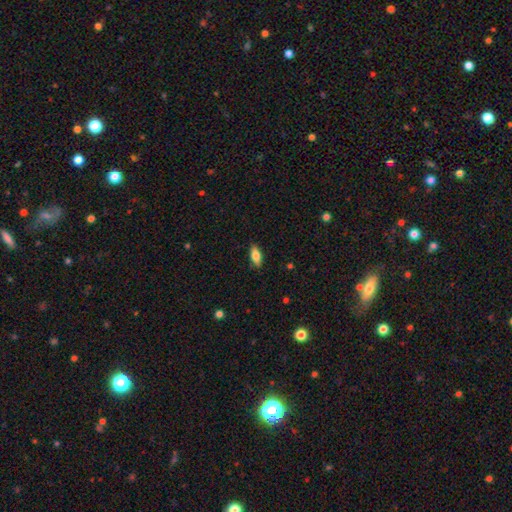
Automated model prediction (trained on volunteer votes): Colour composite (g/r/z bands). It shows a smooth galaxy with no disk features (73%) that is in between round and cigar-shaped (75%). Merging: none (87%).